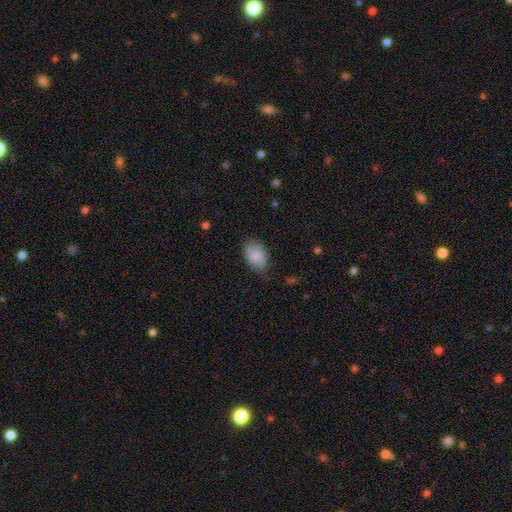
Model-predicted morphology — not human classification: Smooth or featured? smooth (79%)
How rounded? in between (89%)
Merging? none (67%)